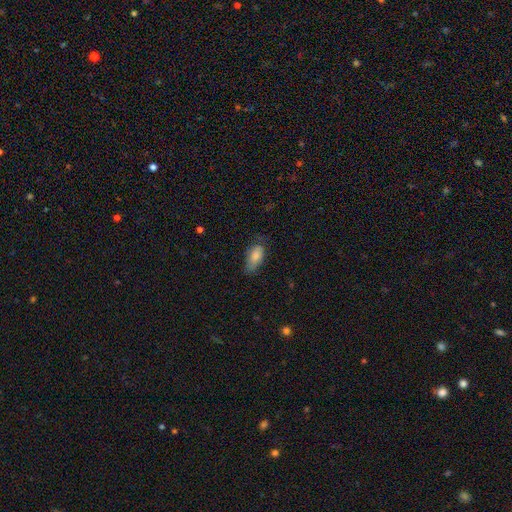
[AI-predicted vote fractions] Morphology: type=smooth (83%); roundness=in between (87%); merging=none (59%).